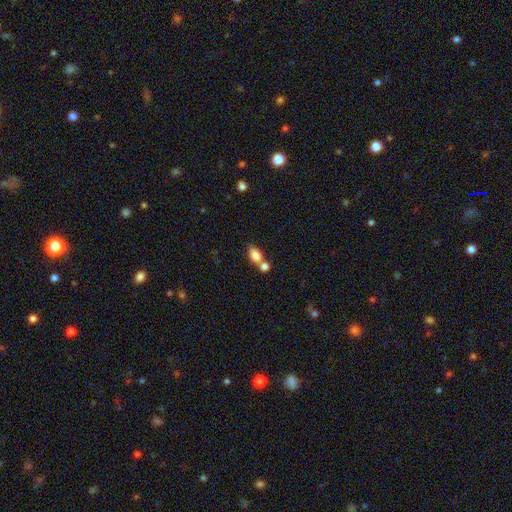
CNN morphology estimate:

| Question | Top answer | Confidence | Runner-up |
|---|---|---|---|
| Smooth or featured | smooth | 81% | featured or disk (10%) |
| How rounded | in between | 81% | round (16%) |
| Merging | none | 43% | merger (42%) |